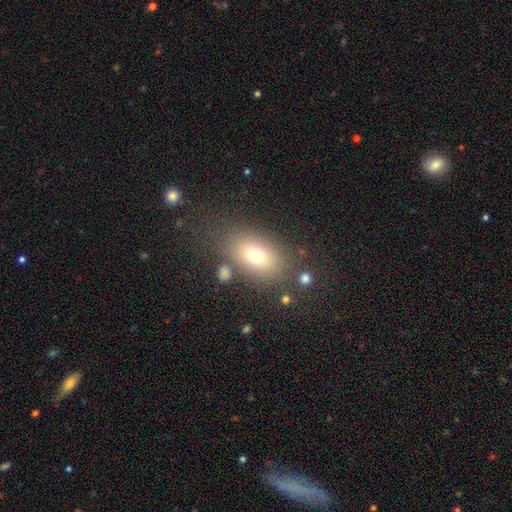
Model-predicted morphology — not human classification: The model was most divided on "smooth or featured": smooth: 72%, featured or disk: 16%, star or artifact: 12%. More confident: how rounded — in between (83%); merging — none (75%).